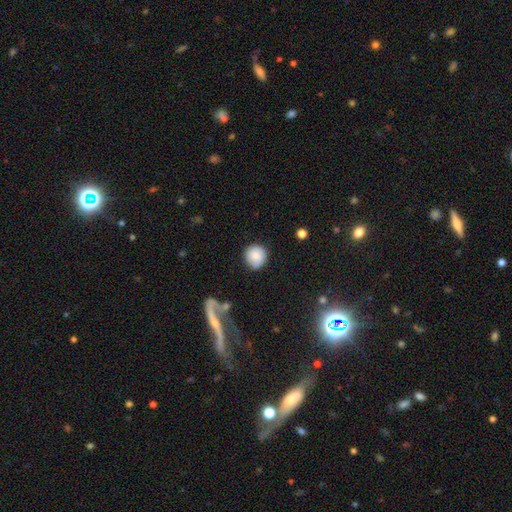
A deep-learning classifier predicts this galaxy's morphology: The model was most divided on "merging": none: 77%, minor disturbance: 16%, major disturbance: 4%, merger: 3%. More confident: how rounded — round (91%); smooth or featured — smooth (81%).